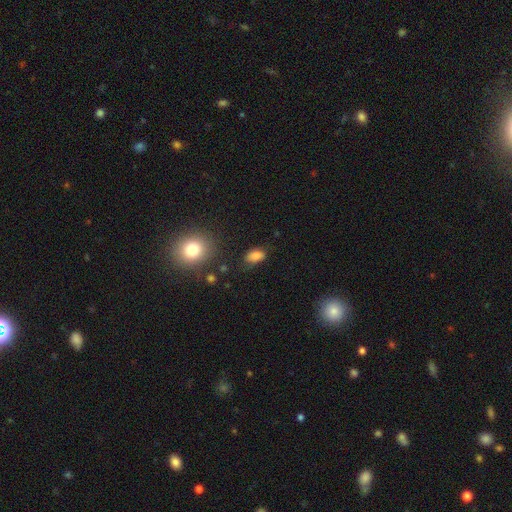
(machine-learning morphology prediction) This is clearly a smooth galaxy (81%). How rounded: clearly in between (88%). Merging: likely none (70%).